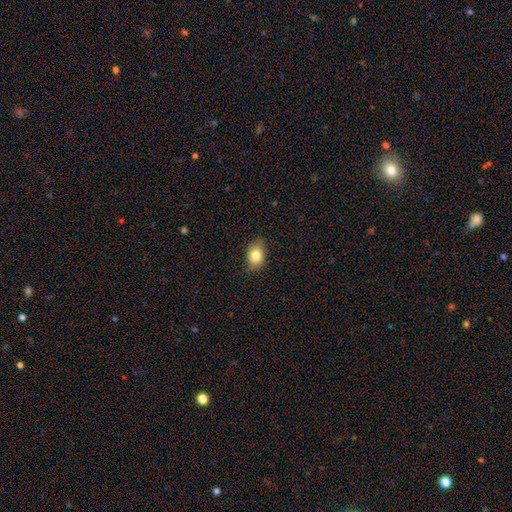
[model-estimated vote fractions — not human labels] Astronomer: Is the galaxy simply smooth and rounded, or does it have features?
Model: smooth — 82%.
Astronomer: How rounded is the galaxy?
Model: in between — 80%.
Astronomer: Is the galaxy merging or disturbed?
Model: none — 79%.